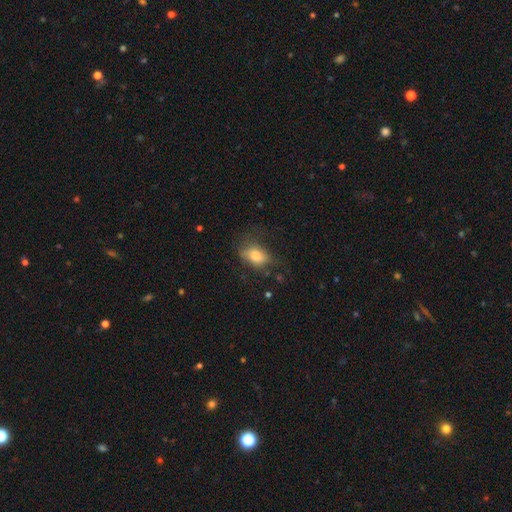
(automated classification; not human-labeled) Smooth or featured? Predicted: smooth (p=0.76). How rounded? Predicted: in between (p=0.75). Merging? Predicted: none (p=0.53).